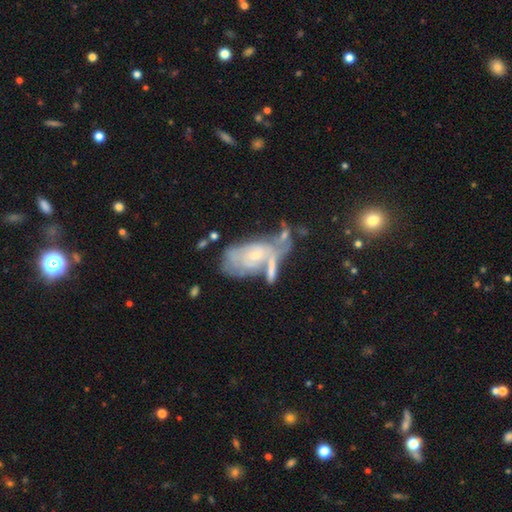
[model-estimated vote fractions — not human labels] smooth-or-featured: featured or disk: 66% | smooth: 25% | star or artifact: 9%
  disk-edge-on: no: 92% | yes: 8%
    bar: no: 75% | weak: 21% | strong: 4%
    has-spiral-arms: yes: 66% | no: 34%
    bulge-size: small: 66% | moderate: 27% | none: 4% | large: 2% | dominant: 1%
  merging: merger: 33% | none: 31% | minor disturbance: 20% | major disturbance: 16%